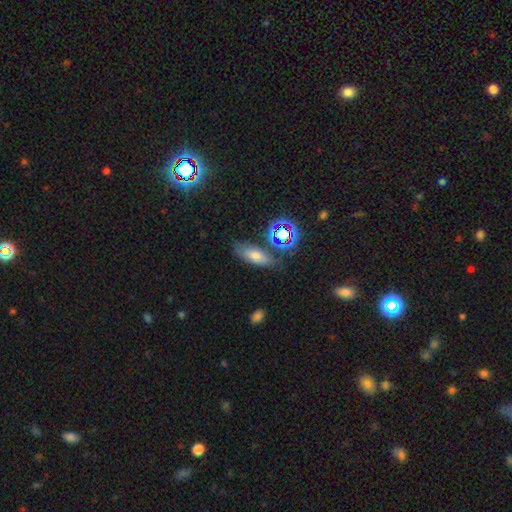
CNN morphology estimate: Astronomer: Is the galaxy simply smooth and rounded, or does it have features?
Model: smooth — 59%.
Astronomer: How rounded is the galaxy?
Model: in between — 68%.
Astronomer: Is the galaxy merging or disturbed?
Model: none — 72%.